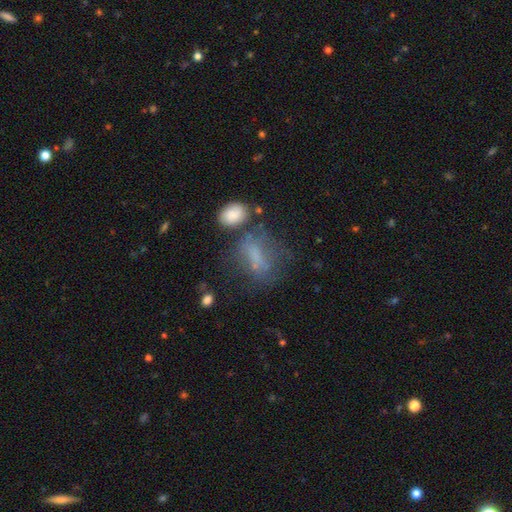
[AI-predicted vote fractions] smooth-or-featured: smooth: 52% | featured or disk: 30% | star or artifact: 18%
  how-rounded: in between: 67% | round: 22% | cigar-shaped: 11%
  merging: none: 39% | major disturbance: 25% | minor disturbance: 21% | merger: 15%